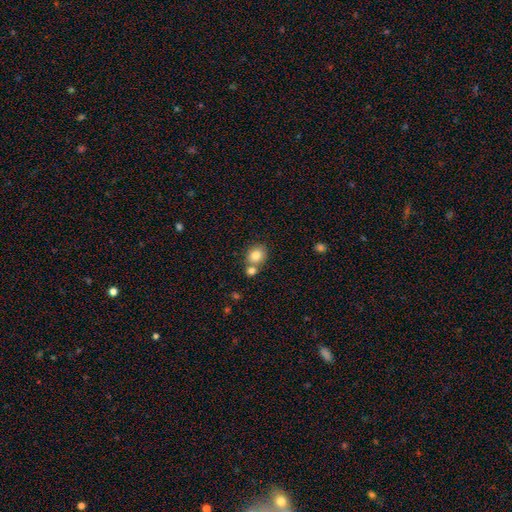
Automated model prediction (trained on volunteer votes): smooth 82%, star or artifact 10%, featured or disk 9%. Down the decision tree: how rounded — round (69%); merging — none (58%).